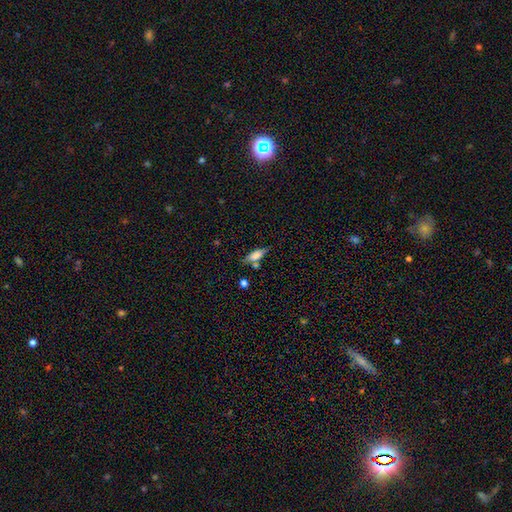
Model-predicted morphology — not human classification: Smooth or featured?
  - smooth: 70% *
  - featured or disk: 21%
  - star or artifact: 9%
How rounded?
  - in between: 58% *
  - cigar-shaped: 39%
  - round: 3%
Merging?
  - none: 66% *
  - minor disturbance: 19%
  - merger: 10%
  - major disturbance: 5%